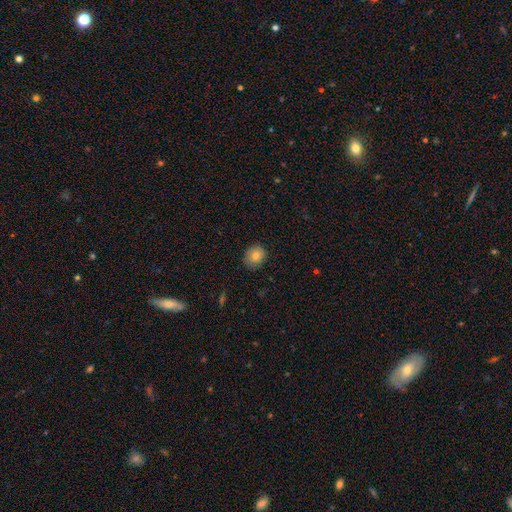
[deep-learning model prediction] This appears to be a smooth galaxy with no disk features (81%) that is round (66%). Merging: none (83%).